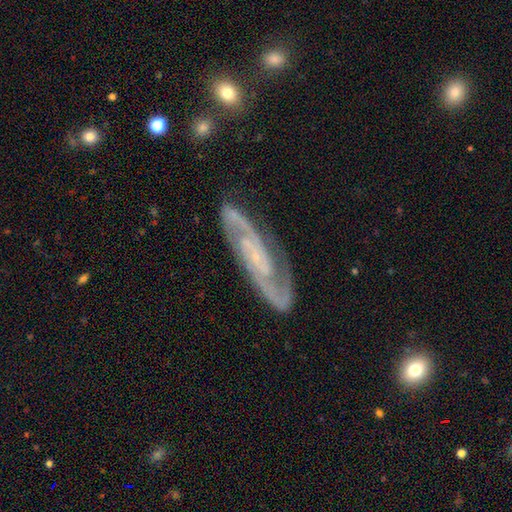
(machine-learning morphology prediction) The model was most divided on "bar": no: 44%, weak: 37%, strong: 19%. More confident: spiral arms — yes (98%); edge-on disk — no (91%); spiral arm count — 2 (90%); smooth or featured — featured or disk (89%); merging — none (81%); bulge size — small (72%); spiral winding — medium (52%).